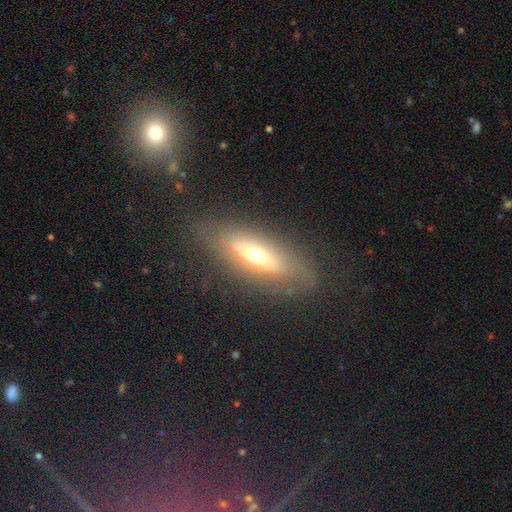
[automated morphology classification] type=featured or disk (51%); edge-on=no (51%); merging=none (74%).